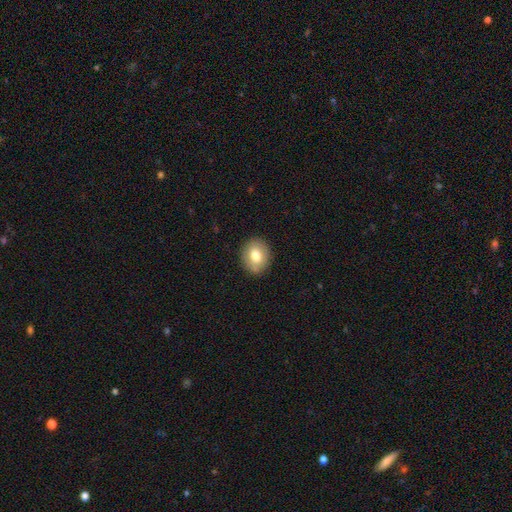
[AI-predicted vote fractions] Morphology: type=smooth (75%); roundness=round (53%); merging=none (87%).